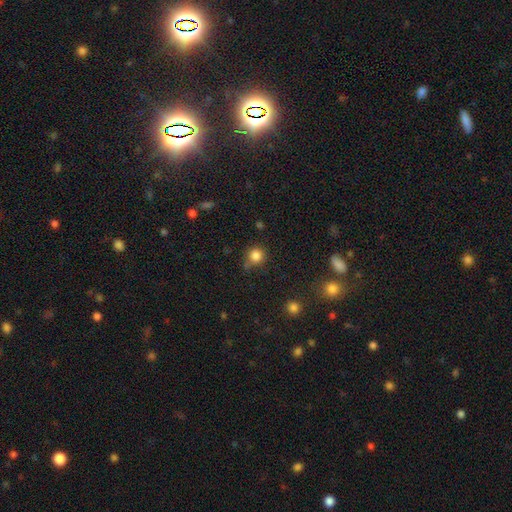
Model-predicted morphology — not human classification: Smooth or featured: smooth — 83% (star or artifact — 13%)
How rounded: round — 91% (in between — 8%)
Merging: none — 71% (minor disturbance — 17%)